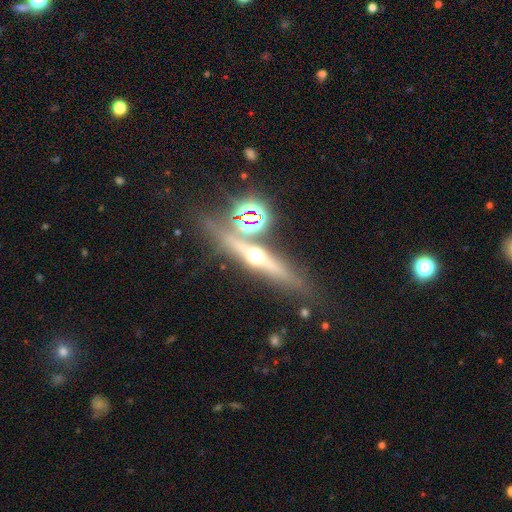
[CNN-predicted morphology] Smooth or featured? featured or disk (68%)
Edge-on disk? yes (93%)
Edge-on bulge? rounded (95%)
Merging? none (76%)